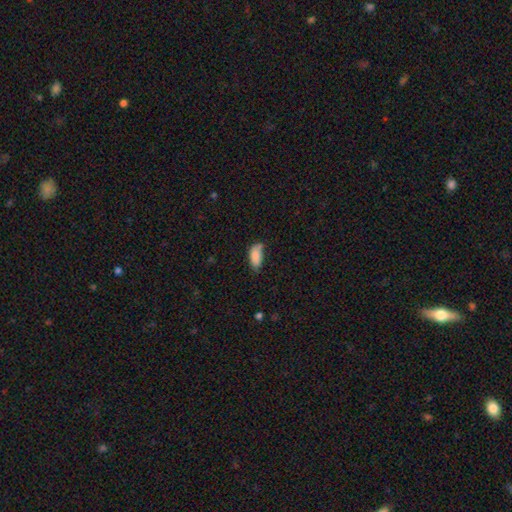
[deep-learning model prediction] Overall: smooth (85%). How rounded: in between (89%). Merging: none (51%; minor disturbance 33%).